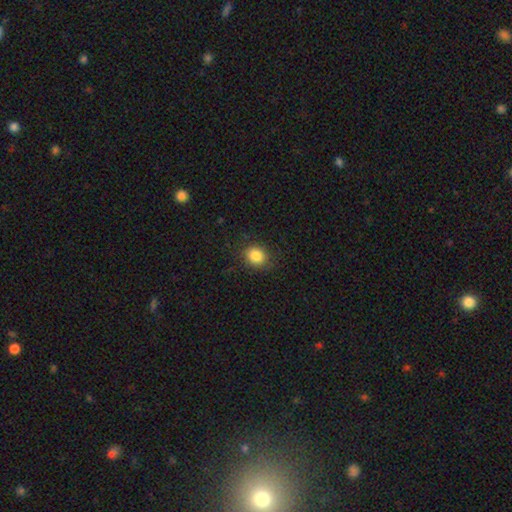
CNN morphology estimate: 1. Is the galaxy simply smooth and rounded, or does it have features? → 85% smooth, 10% star or artifact, 5% featured or disk.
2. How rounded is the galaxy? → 69% round, 30% in between, 1% cigar-shaped.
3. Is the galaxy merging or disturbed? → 86% none, 10% minor disturbance, 3% major disturbance, 1% merger.